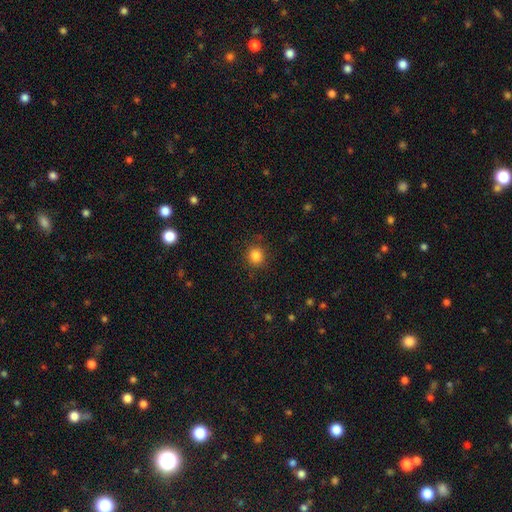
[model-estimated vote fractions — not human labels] smooth 84%, star or artifact 11%, featured or disk 4%. Down the decision tree: how rounded — round (90%); merging — none (88%).